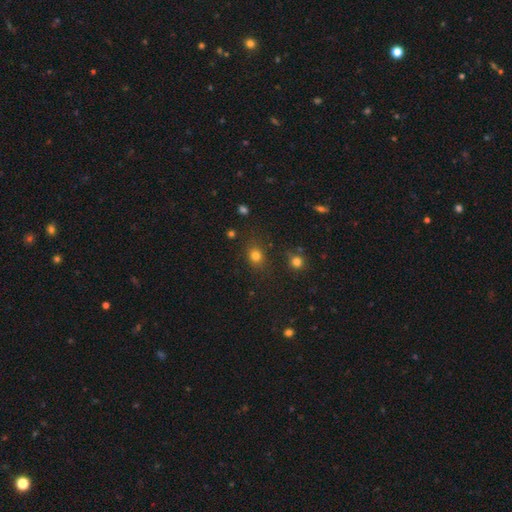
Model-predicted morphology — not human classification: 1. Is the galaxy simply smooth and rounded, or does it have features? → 79% smooth, 15% star or artifact, 6% featured or disk.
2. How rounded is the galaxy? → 66% round, 33% in between, 1% cigar-shaped.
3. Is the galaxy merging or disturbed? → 80% none, 11% minor disturbance, 4% major disturbance, 4% merger.